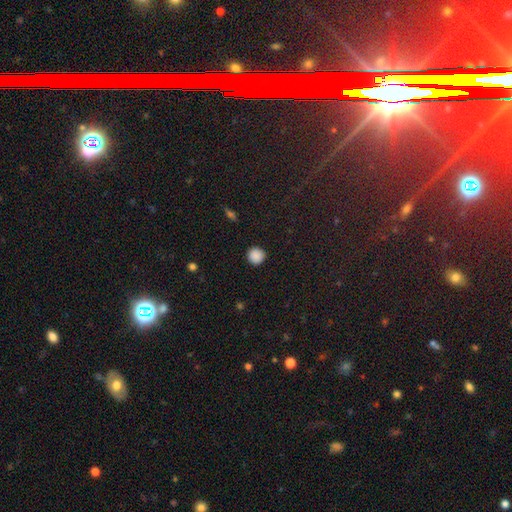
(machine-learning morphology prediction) Smooth or featured: smooth — 88% (star or artifact — 9%)
How rounded: round — 95% (in between — 4%)
Merging: none — 92% (minor disturbance — 6%)